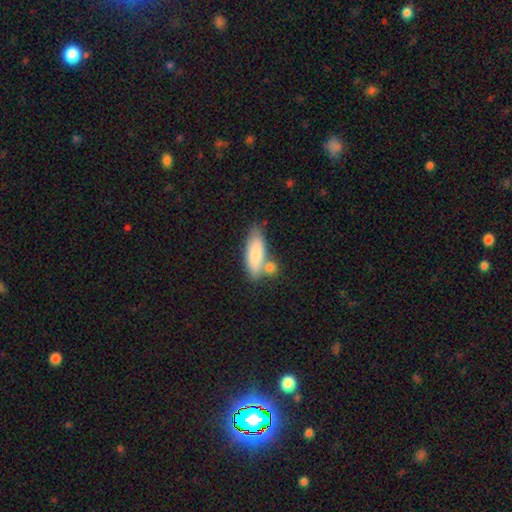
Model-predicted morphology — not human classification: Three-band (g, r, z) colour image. It shows a smooth galaxy with no disk features (80%) that is in between round and cigar-shaped (61%). Merging: none (55%).